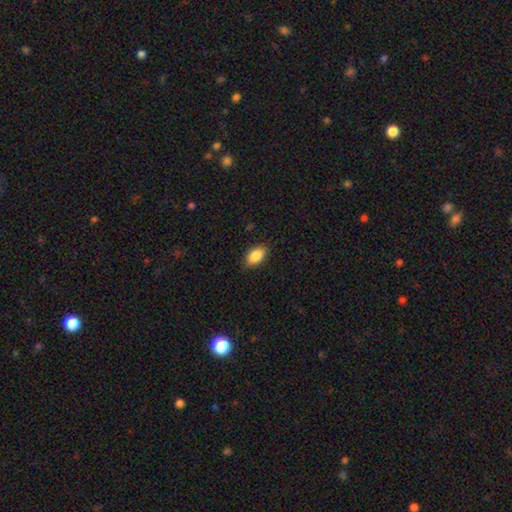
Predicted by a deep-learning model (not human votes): A smooth galaxy with no disk features (86%) that is in between round and cigar-shaped (91%). Merging: none (85%).